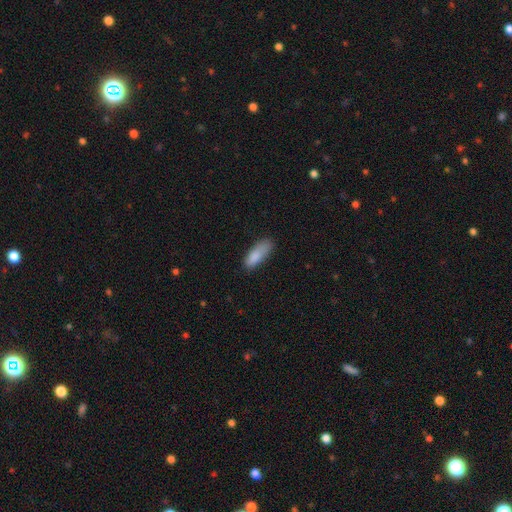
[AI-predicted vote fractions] Overall: smooth (85%). How rounded: in between (68%; cigar-shaped 30%). Merging: none (62%; minor disturbance 28%).